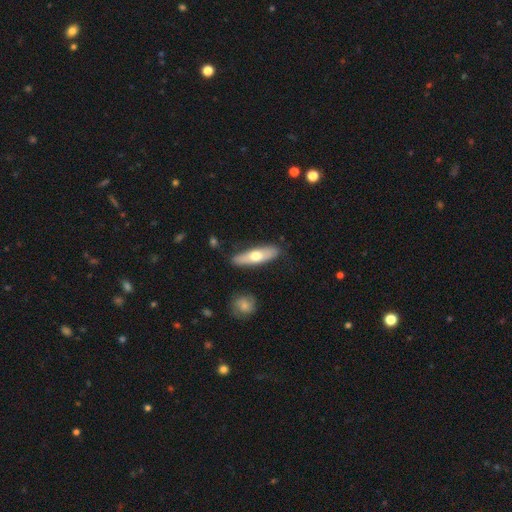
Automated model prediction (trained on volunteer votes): smooth 58%, featured or disk 37%, star or artifact 5%. Down the decision tree: how rounded — cigar-shaped (57%); merging — none (83%).